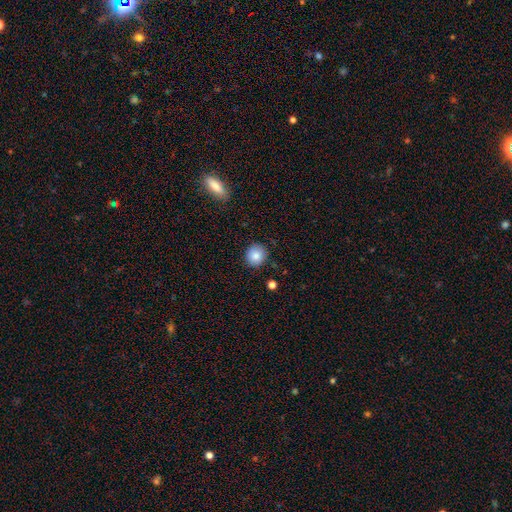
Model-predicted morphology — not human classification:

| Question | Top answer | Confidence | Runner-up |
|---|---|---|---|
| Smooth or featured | smooth | 84% | star or artifact (9%) |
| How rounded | round | 89% | in between (11%) |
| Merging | none | 88% | minor disturbance (8%) |